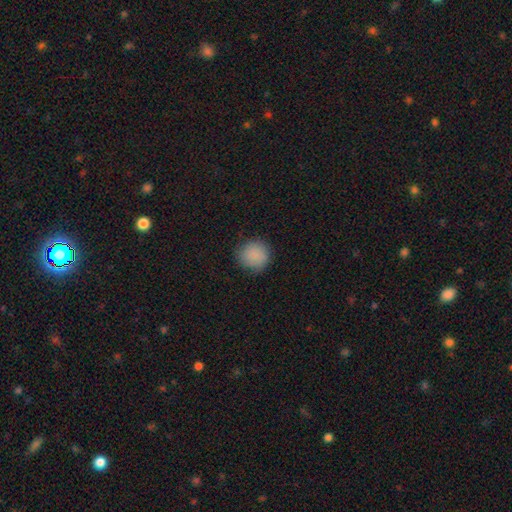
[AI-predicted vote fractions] This is clearly a smooth galaxy (87%). How rounded: clearly round (89%). Merging: clearly none (83%).